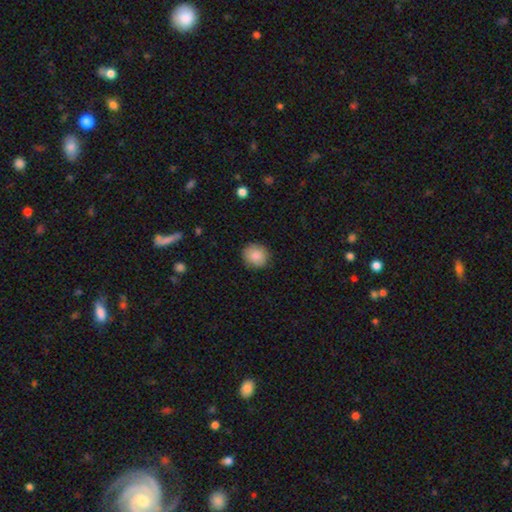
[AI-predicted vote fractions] Q: Smooth or featured?
A: smooth (83%); runner-up: featured or disk (9%)
Q: How rounded?
A: round (85%); runner-up: in between (14%)
Q: Merging?
A: none (86%); runner-up: minor disturbance (11%)